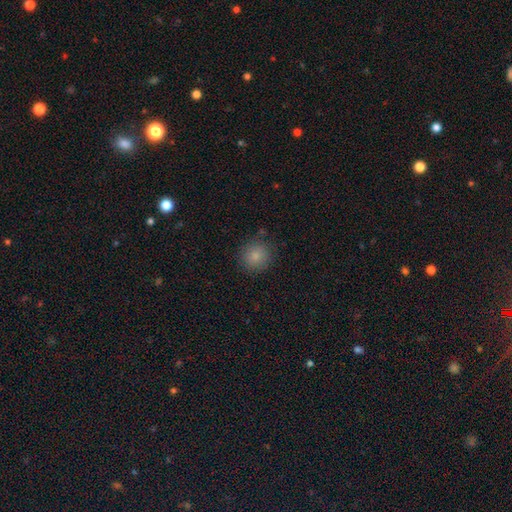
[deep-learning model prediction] Smooth or featured: smooth — 84% (star or artifact — 10%)
How rounded: round — 88% (in between — 11%)
Merging: none — 85% (minor disturbance — 10%)